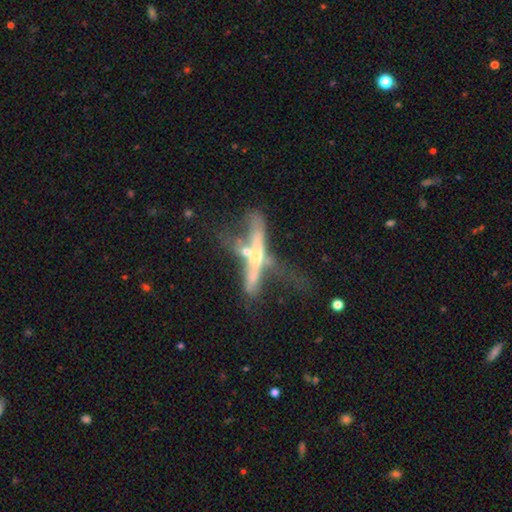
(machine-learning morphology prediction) Smooth or featured: featured or disk — 68% (smooth — 24%)
Edge-on disk: yes — 77% (no — 23%)
Edge-on bulge: rounded — 70% (none — 21%)
Merging: merger — 42% (none — 23%)